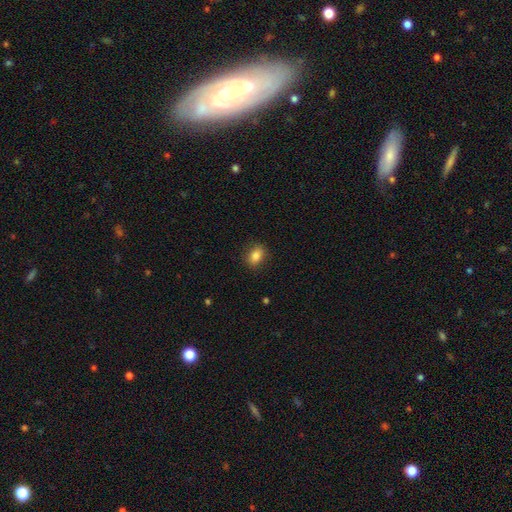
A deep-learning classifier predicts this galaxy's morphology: The model was most divided on "how rounded": in between: 68%, round: 31%, cigar-shaped: 1%. More confident: merging — none (84%); smooth or featured — smooth (84%).